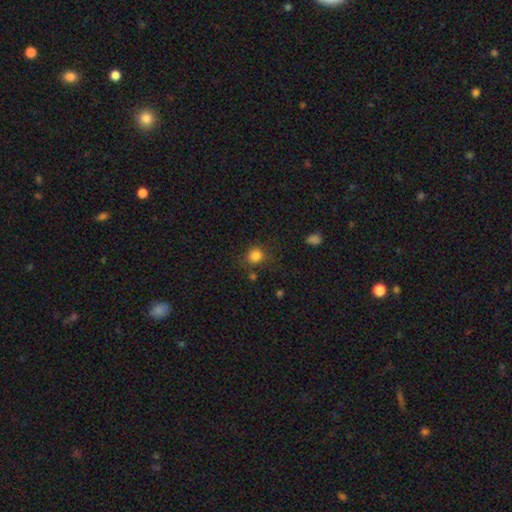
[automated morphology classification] type=smooth (83%); roundness=round (84%); merging=none (76%).